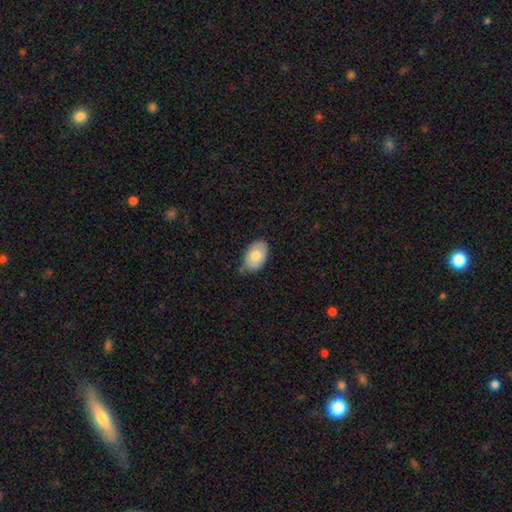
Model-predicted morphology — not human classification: Smooth or featured?
  - smooth: 73% *
  - featured or disk: 21%
  - star or artifact: 6%
How rounded?
  - in between: 88% *
  - round: 11%
  - cigar-shaped: 1%
Merging?
  - none: 73% *
  - minor disturbance: 22%
  - major disturbance: 3%
  - merger: 2%